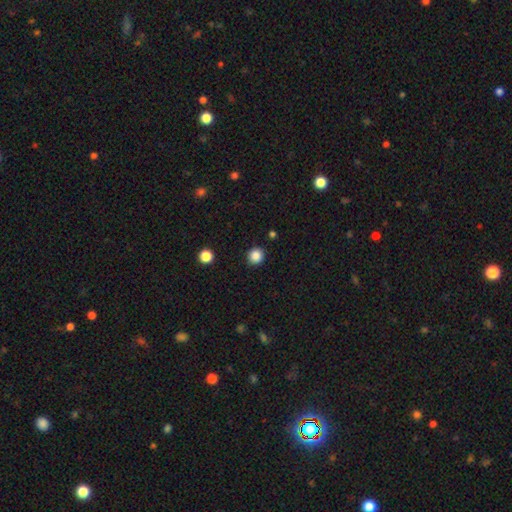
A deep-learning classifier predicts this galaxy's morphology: This is clearly a smooth galaxy (86%). How rounded: clearly round (93%). Merging: clearly none (91%).